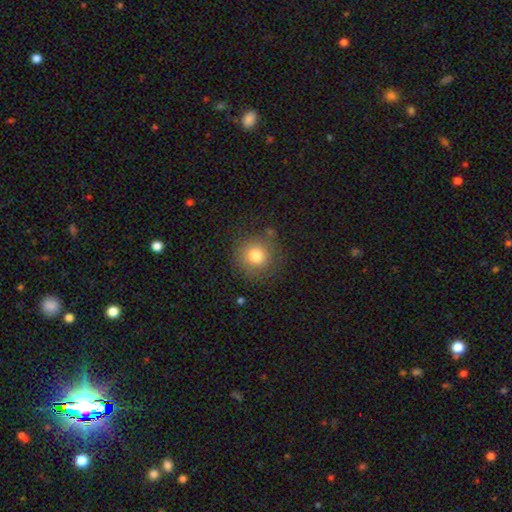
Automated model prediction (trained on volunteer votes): This is likely a smooth galaxy (78%). How rounded: clearly round (92%). Merging: likely none (79%).